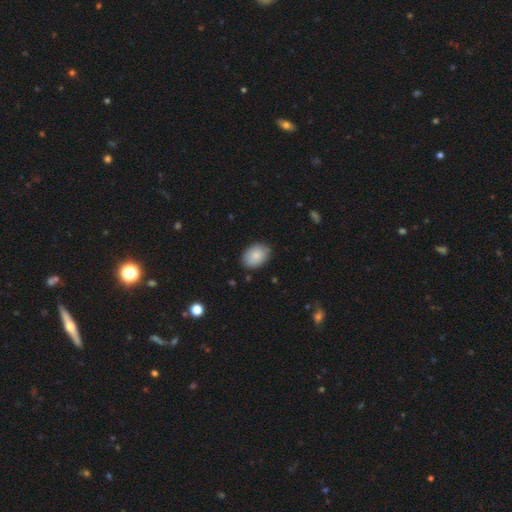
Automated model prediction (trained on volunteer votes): smooth_or_featured: smooth (p=0.85) [alt: featured or disk p=0.08]
how_rounded: in between (p=0.79) [alt: round p=0.20]
merging: none (p=0.82) [alt: minor disturbance p=0.14]